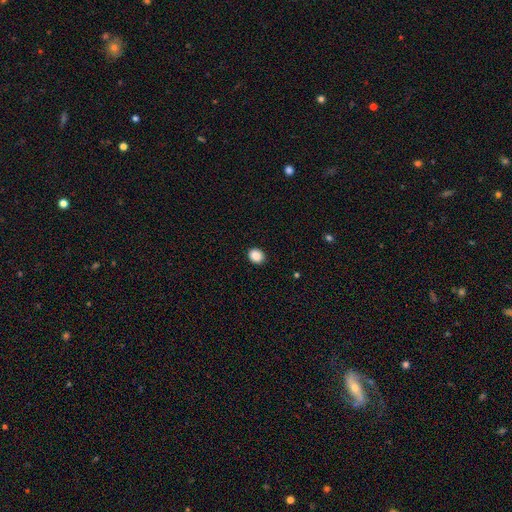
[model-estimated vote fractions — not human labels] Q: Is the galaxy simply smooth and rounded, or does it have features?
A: smooth — 89%.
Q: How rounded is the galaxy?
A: round — 66%.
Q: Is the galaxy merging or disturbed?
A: none — 91%.